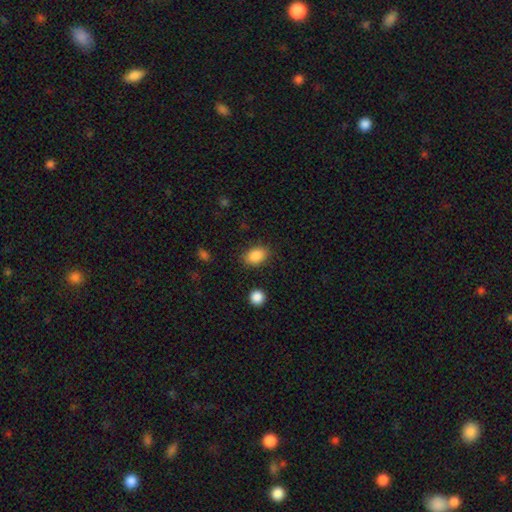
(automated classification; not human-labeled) This is clearly a smooth galaxy (87%). How rounded: likely in between (80%). Merging: clearly none (83%).